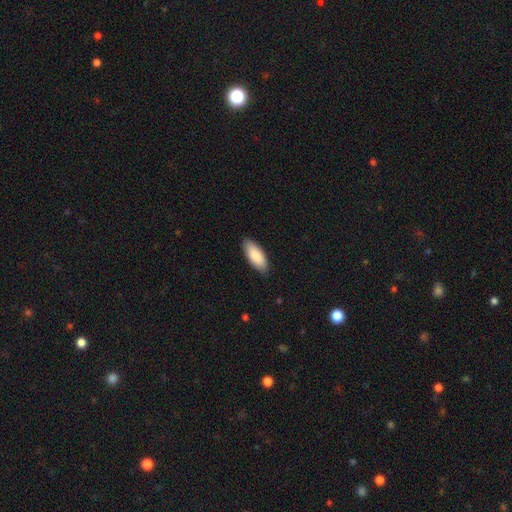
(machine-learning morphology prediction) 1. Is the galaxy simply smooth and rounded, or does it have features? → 88% smooth, 7% featured or disk, 5% star or artifact.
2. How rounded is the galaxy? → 83% in between, 15% cigar-shaped, 1% round.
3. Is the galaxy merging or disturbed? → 88% none, 9% minor disturbance, 2% major disturbance, 1% merger.